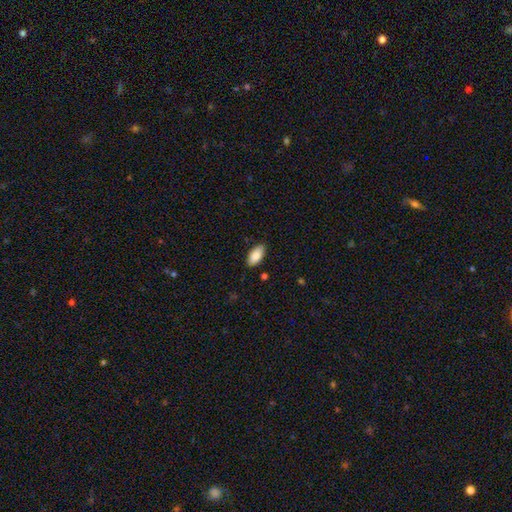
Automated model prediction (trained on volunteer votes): This is clearly a smooth galaxy (87%). How rounded: clearly in between (90%). Merging: clearly none (87%).